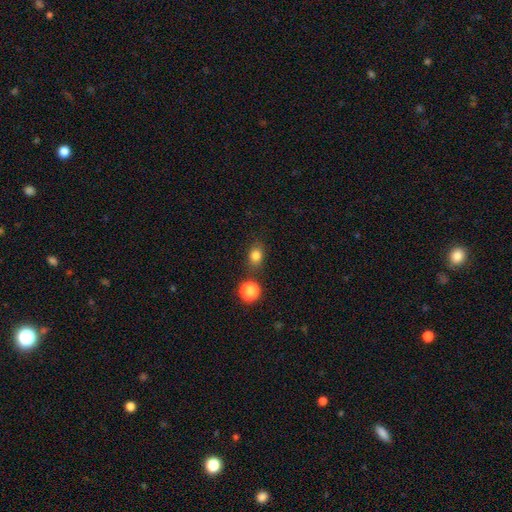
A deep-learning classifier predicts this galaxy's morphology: type=smooth (81%); roundness=round (50%); merging=none (77%).